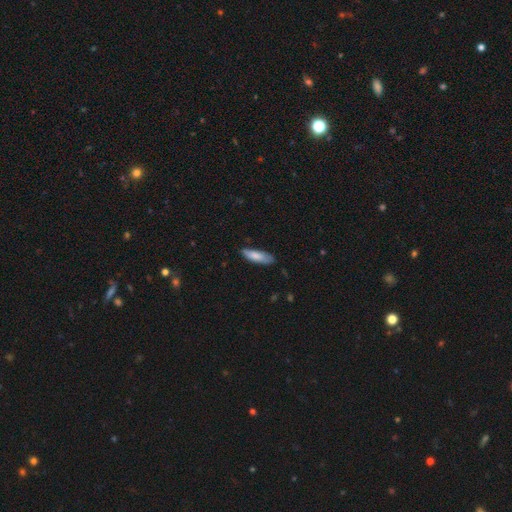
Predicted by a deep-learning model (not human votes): A smooth galaxy with no disk features (80%) that is cigar-shaped (53%). Merging: none (73%).